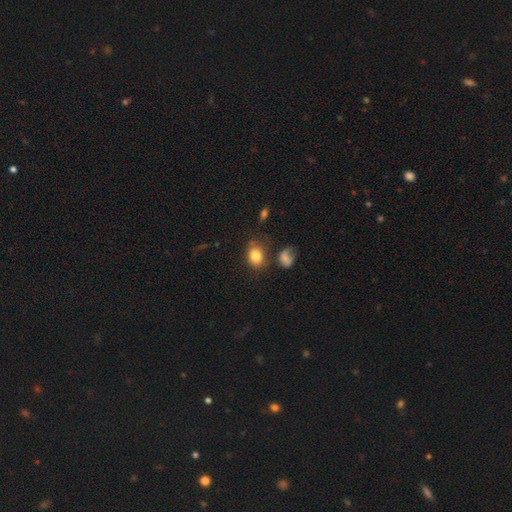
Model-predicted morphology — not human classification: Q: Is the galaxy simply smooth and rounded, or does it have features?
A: smooth — 81%.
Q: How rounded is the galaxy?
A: in between — 55%.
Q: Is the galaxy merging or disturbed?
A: none — 68%.